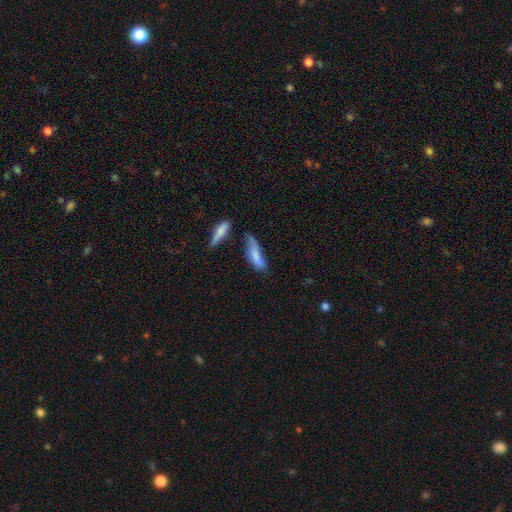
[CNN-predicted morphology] Smooth or featured: smooth — 73% (featured or disk — 20%)
How rounded: cigar-shaped — 55% (in between — 43%)
Merging: none — 34% (minor disturbance — 29%)